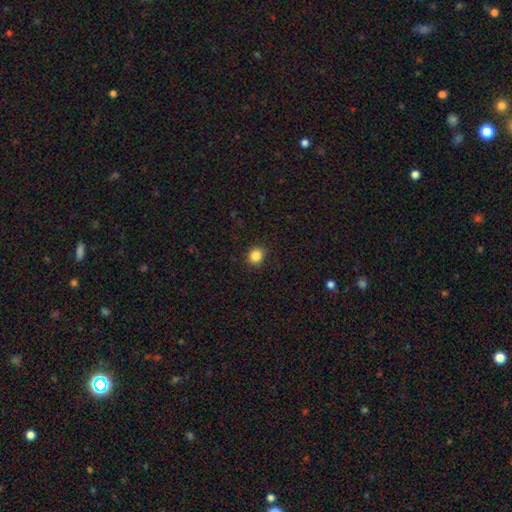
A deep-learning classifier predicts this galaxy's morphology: smooth_or_featured: smooth (p=0.86) [alt: star or artifact p=0.10]
how_rounded: round (p=0.75) [alt: in between p=0.24]
merging: none (p=0.90) [alt: minor disturbance p=0.07]